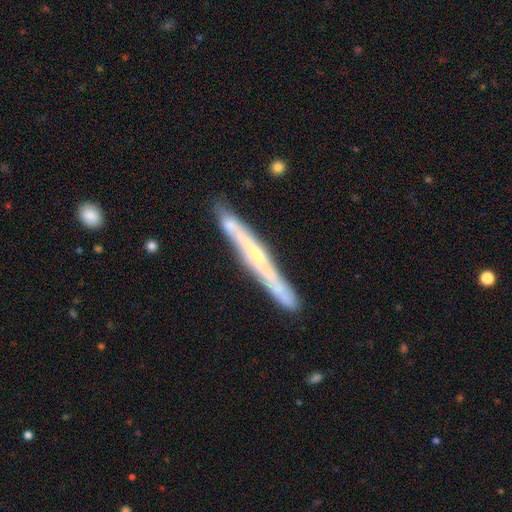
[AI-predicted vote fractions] Smooth or featured? Predicted: featured or disk (p=0.68). Edge-on disk? Predicted: yes (p=0.92). Edge-on bulge? Predicted: none (p=0.53). Merging? Predicted: none (p=0.82).